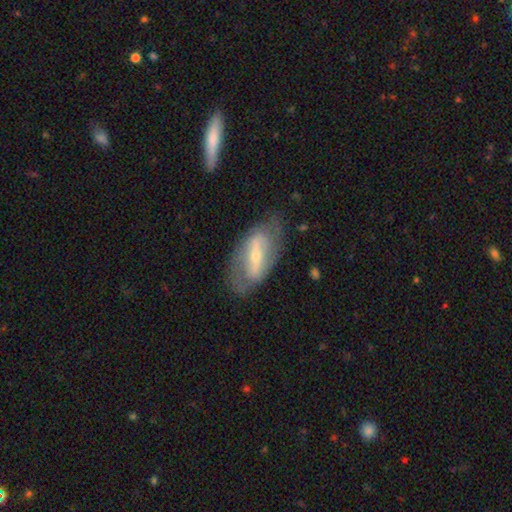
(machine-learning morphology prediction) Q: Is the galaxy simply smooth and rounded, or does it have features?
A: featured or disk — 75%.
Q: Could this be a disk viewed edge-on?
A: no — 88%.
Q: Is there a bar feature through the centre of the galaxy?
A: strong — 67%.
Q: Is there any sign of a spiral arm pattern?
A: yes — 65%.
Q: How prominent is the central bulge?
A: small — 59%.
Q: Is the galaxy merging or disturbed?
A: none — 70%.